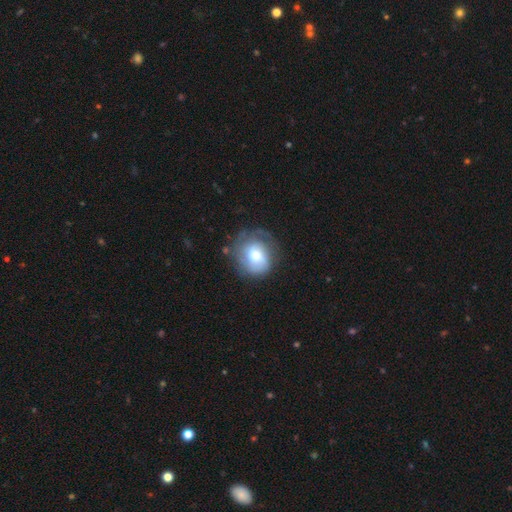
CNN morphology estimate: A smooth galaxy with no disk features (51%) that is round (72%).

Vote fractions:
- Smooth or featured? smooth: 51% / featured or disk: 42% / star or artifact: 7%
- How rounded? round: 72% / in between: 27% / cigar-shaped: 1%
- Merging? none: 55% / minor disturbance: 27% / major disturbance: 17% / merger: 2%